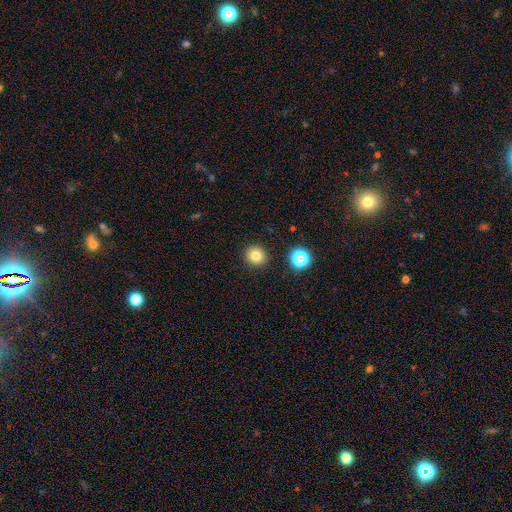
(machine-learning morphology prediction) The model was most divided on "smooth or featured": smooth: 80%, star or artifact: 13%, featured or disk: 7%. More confident: merging — none (91%); how rounded — round (90%).